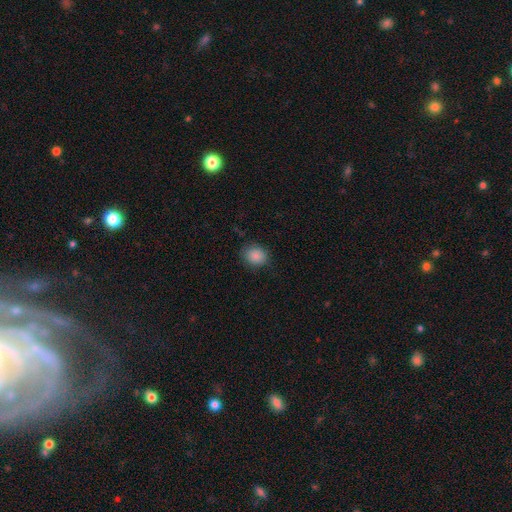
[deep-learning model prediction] Overall: smooth (87%). How rounded: round (63%; in between 36%). Merging: none (82%).